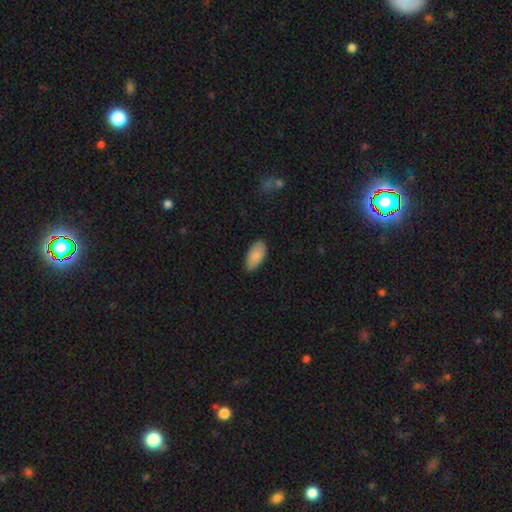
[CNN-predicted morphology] smooth-or-featured: smooth: 87% | star or artifact: 6% | featured or disk: 6%
  how-rounded: in between: 94% | cigar-shaped: 4% | round: 2%
  merging: none: 80% | minor disturbance: 16% | major disturbance: 2% | merger: 1%